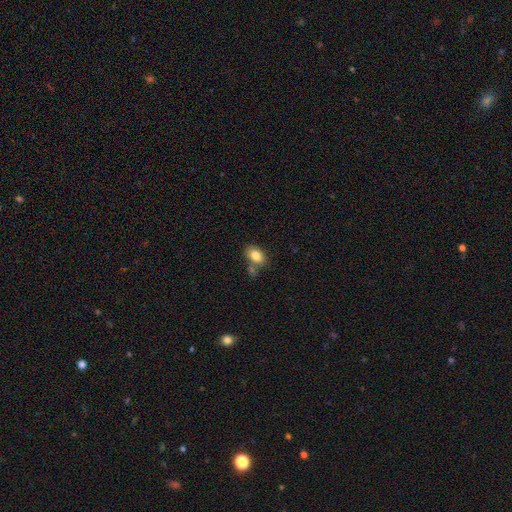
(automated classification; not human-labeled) The model was most divided on "merging": none: 58%, merger: 21%, minor disturbance: 16%, major disturbance: 5%. More confident: how rounded — in between (86%); smooth or featured — smooth (83%).